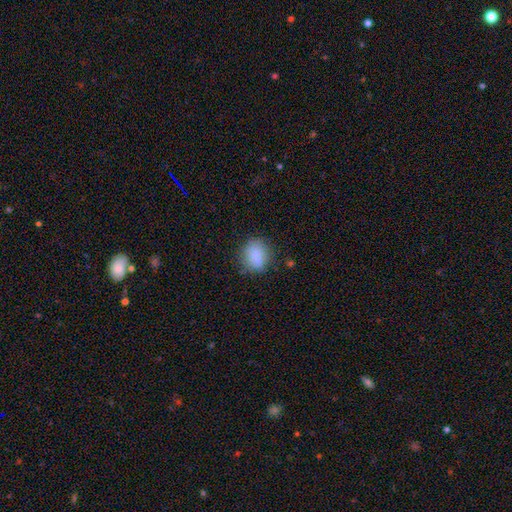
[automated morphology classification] smooth_or_featured: smooth (p=0.85) [alt: star or artifact p=0.08]
how_rounded: round (p=0.58) [alt: in between p=0.41]
merging: none (p=0.75) [alt: minor disturbance p=0.18]